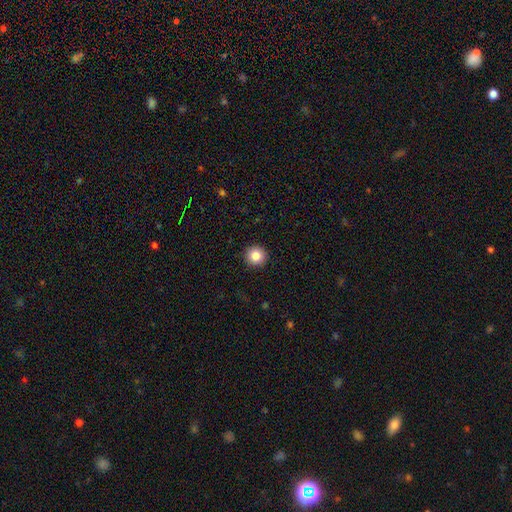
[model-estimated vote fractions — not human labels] Overall: smooth (85%). How rounded: round (95%). Merging: none (93%).